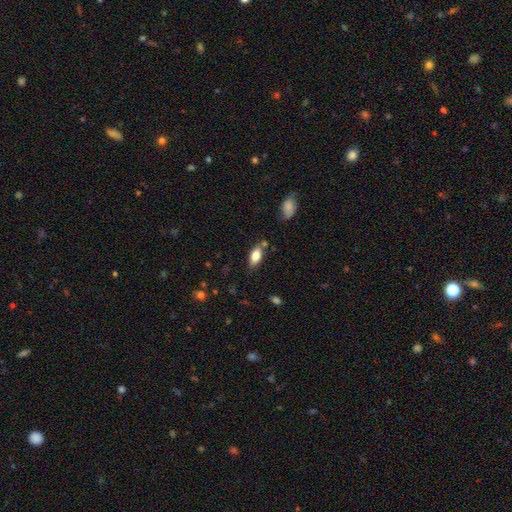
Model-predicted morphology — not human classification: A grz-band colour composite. It shows a smooth galaxy with no disk features (78%) that is in between round and cigar-shaped (88%). Merging: none (73%).